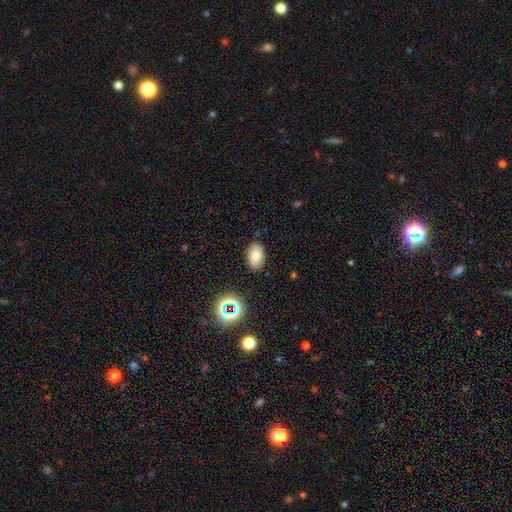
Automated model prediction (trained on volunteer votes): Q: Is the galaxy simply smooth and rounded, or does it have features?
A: smooth — 77%.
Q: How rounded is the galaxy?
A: in between — 89%.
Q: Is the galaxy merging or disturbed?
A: none — 85%.